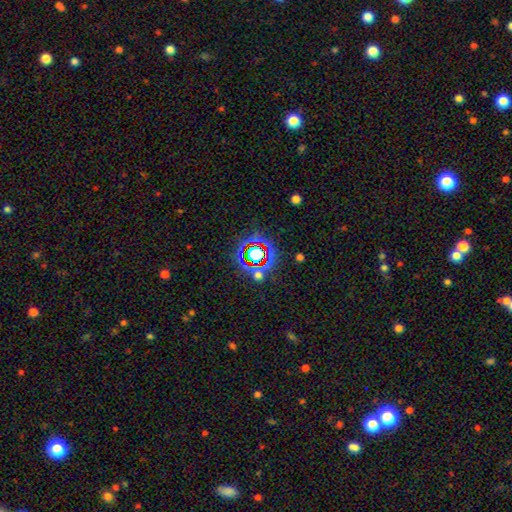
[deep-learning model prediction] Morphology: type=star or artifact (67%).